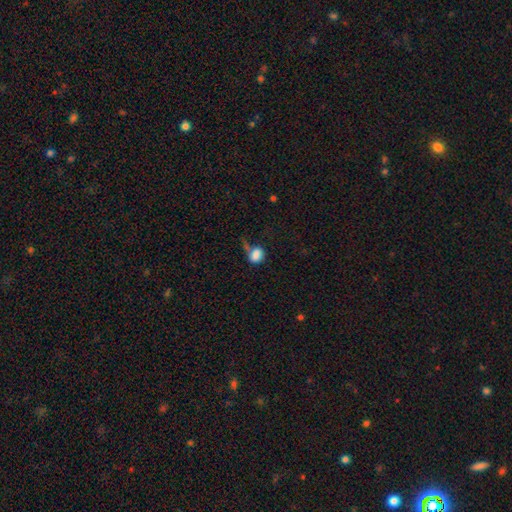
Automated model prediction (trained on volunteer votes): Q: Smooth or featured?
A: smooth (81%); runner-up: star or artifact (9%)
Q: How rounded?
A: in between (59%); runner-up: round (39%)
Q: Merging?
A: none (36%); runner-up: minor disturbance (26%)